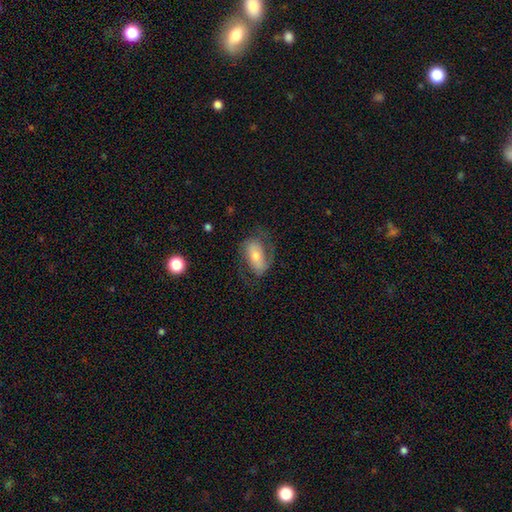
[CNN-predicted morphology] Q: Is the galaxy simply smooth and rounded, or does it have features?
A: featured or disk — 54%.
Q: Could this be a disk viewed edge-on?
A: no — 92%.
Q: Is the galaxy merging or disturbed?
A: none — 63%.